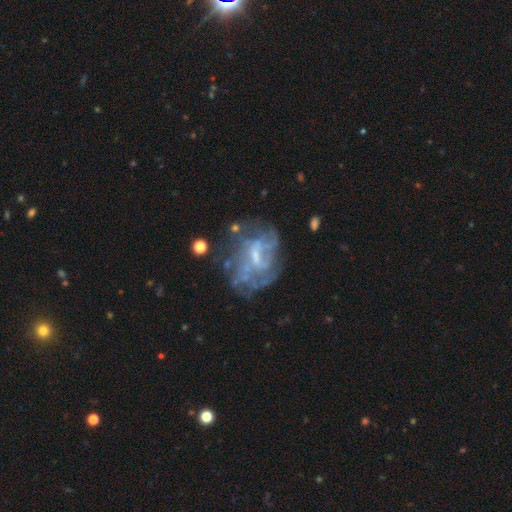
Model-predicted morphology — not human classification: This is likely a featured or disk galaxy (70%). It is clearly not viewed edge-on (97%). Bar: marginally weak (45%). Spiral arm pattern: possibly no (52%). Central bulge: marginally small (45%). Merging: possibly none (47%).